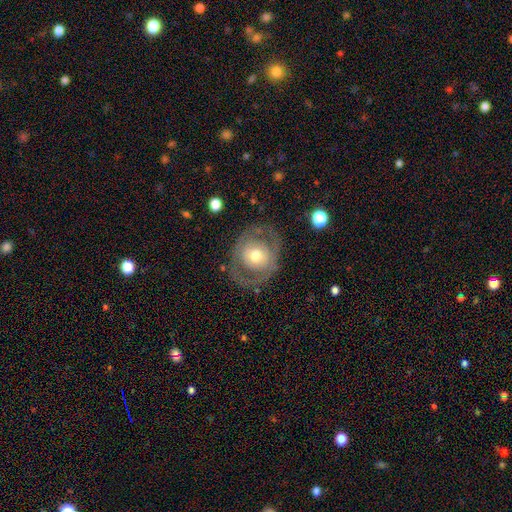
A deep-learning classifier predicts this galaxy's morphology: This appears to be a featured or disk galaxy (55%) with no bar (78%), no spiral arms (75%) and a moderate central bulge (68%). Merging: none (74%).